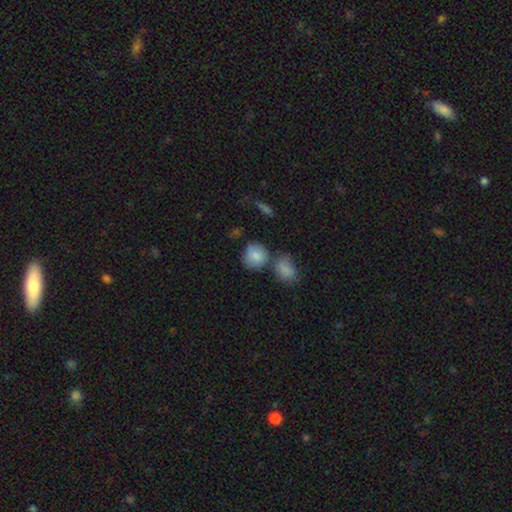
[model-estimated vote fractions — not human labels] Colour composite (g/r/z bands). It shows a smooth galaxy with no disk features (84%) that is round (76%). Merging: none (56%).